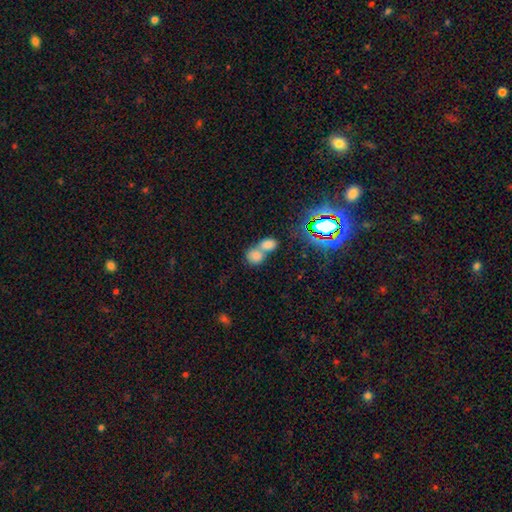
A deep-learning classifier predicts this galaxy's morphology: Overall: smooth (77%). How rounded: round (59%; in between 39%). Merging: merger (70%).